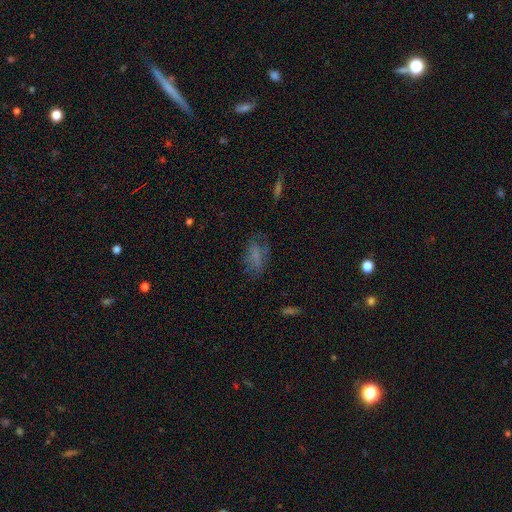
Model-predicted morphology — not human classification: smooth-or-featured: smooth: 59% | featured or disk: 25% | star or artifact: 16%
  how-rounded: in between: 84% | round: 9% | cigar-shaped: 7%
  merging: none: 57% | minor disturbance: 23% | major disturbance: 18% | merger: 2%